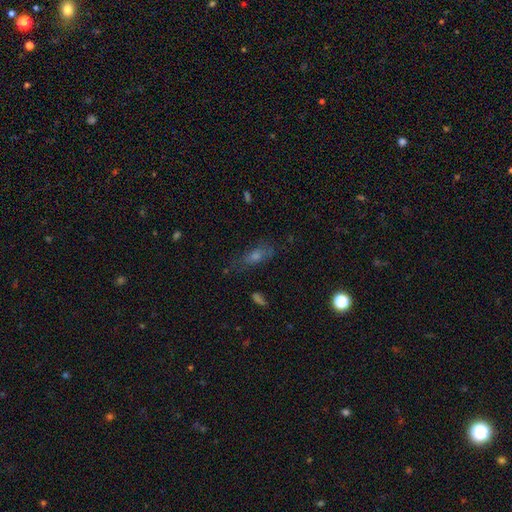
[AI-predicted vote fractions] A smooth galaxy with no disk features (45%). Merging: none (70%).